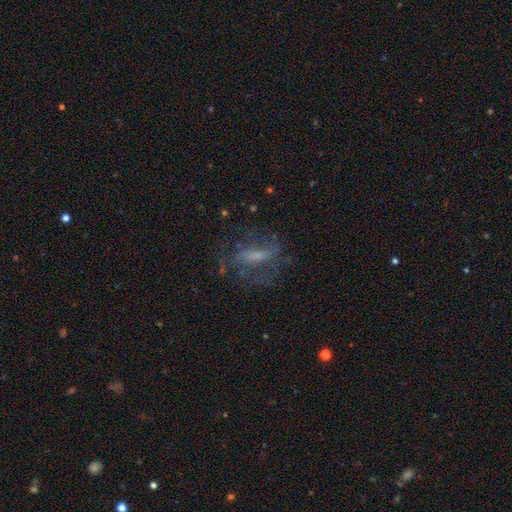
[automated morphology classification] smooth_or_featured: featured or disk (p=0.60) [alt: smooth p=0.27]
disk_edge_on: no (p=0.87) [alt: yes p=0.13]
bar: weak (p=0.37) [alt: no p=0.32]
has_spiral_arms: yes (p=0.61) [alt: no p=0.39]
bulge_size: small (p=0.44) [alt: moderate p=0.25]
merging: none (p=0.56) [alt: major disturbance p=0.24]